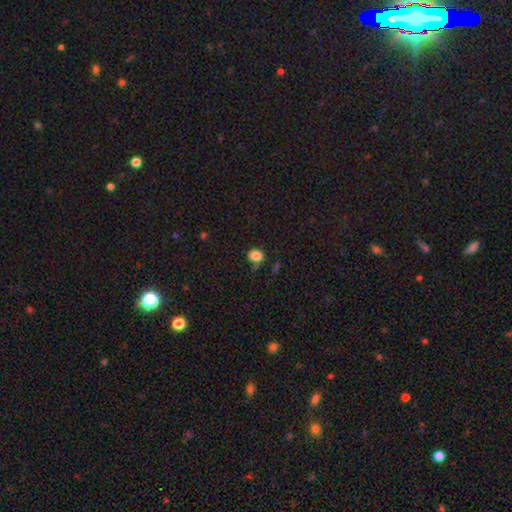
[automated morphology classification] Overall: smooth (84%). How rounded: round (56%; in between 43%). Merging: none (78%).